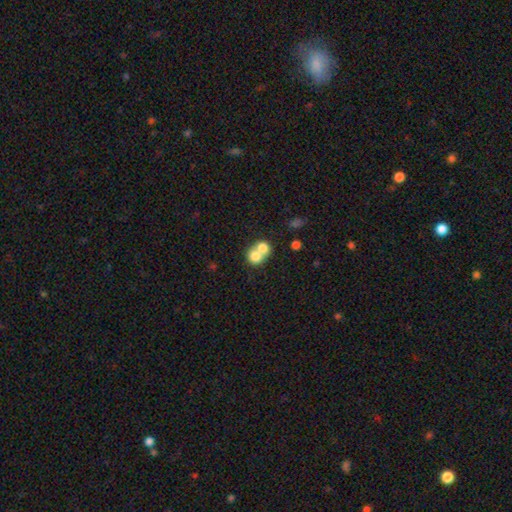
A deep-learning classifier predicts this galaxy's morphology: Smooth or featured?
  - smooth: 74% *
  - featured or disk: 17%
  - star or artifact: 8%
How rounded?
  - round: 73% *
  - in between: 26%
  - cigar-shaped: 1%
Merging?
  - merger: 70% *
  - none: 22%
  - minor disturbance: 5%
  - major disturbance: 3%